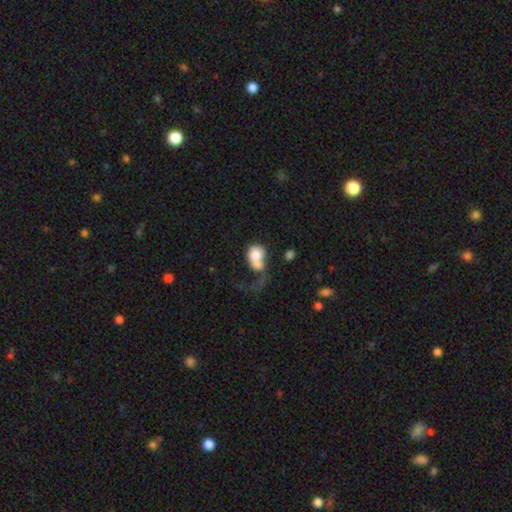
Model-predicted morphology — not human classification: A smooth galaxy with no disk features (68%) that is round (61%). Merging: merger (51%).